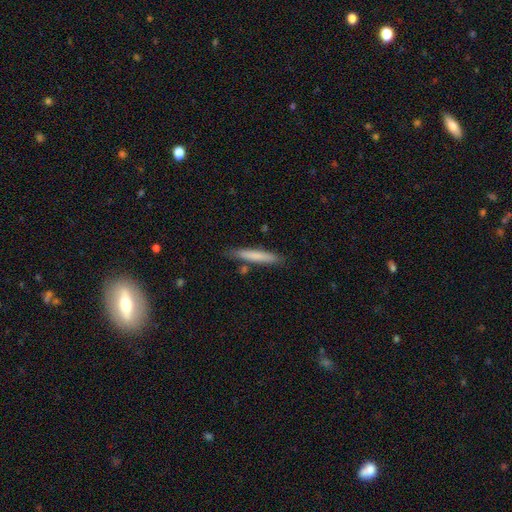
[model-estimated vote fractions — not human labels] Q: Smooth or featured?
A: smooth (73%); runner-up: featured or disk (21%)
Q: How rounded?
A: cigar-shaped (94%); runner-up: in between (5%)
Q: Merging?
A: none (83%); runner-up: minor disturbance (12%)